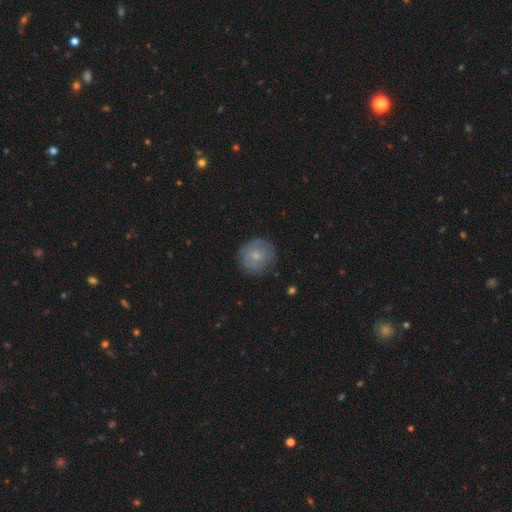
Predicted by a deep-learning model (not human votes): Smooth or featured?
  - smooth: 63% *
  - featured or disk: 29%
  - star or artifact: 7%
How rounded?
  - round: 90% *
  - in between: 9%
  - cigar-shaped: 1%
Merging?
  - none: 80% *
  - minor disturbance: 15%
  - major disturbance: 4%
  - merger: 1%